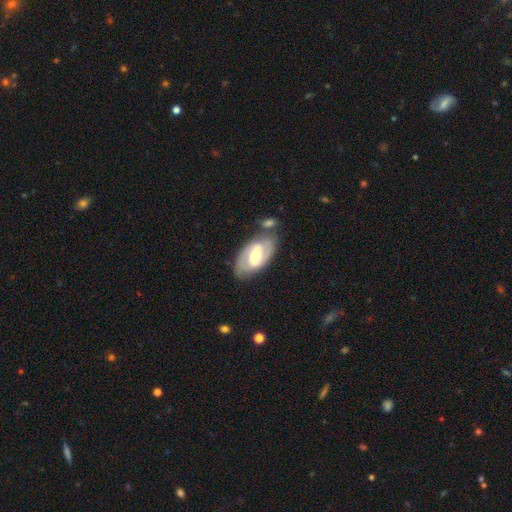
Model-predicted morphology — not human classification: A featured or disk galaxy (76%) with a strong bar (47%), 2 (85%) medium (46%) spiral arms (82%) and a moderate central bulge (69%). Merging: none (71%).